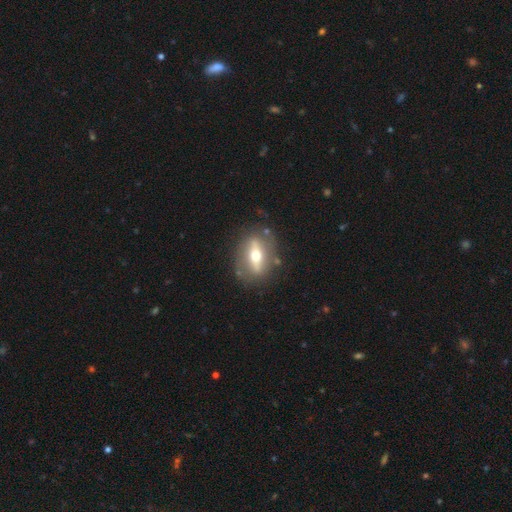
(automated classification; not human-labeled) A featured or disk galaxy (62%). Merging: none (79%).